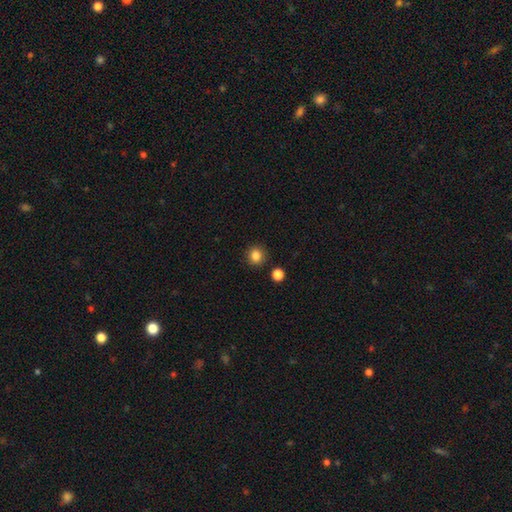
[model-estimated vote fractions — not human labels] This is clearly a smooth galaxy (84%). How rounded: clearly round (88%). Merging: clearly none (88%).